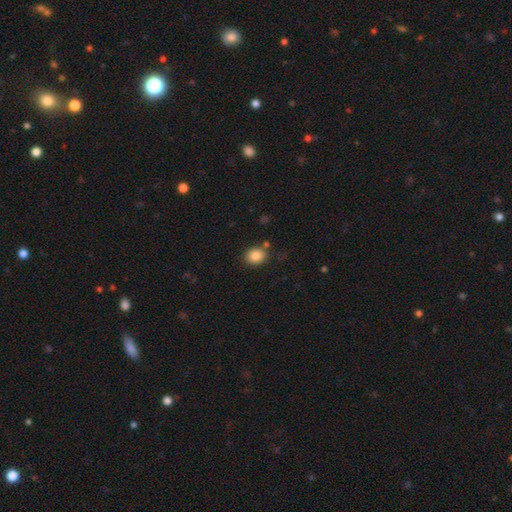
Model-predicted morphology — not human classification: type=smooth (86%); roundness=round (52%); merging=none (79%).